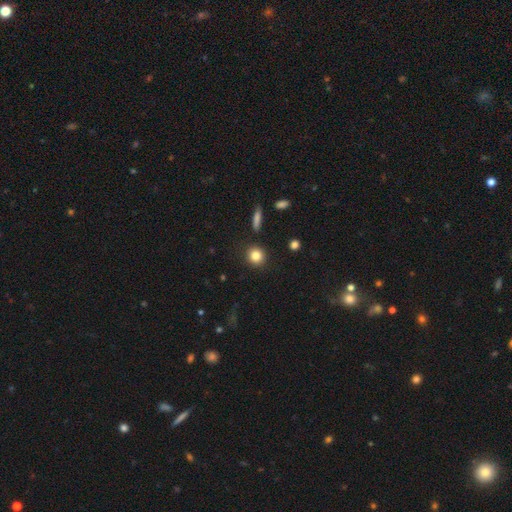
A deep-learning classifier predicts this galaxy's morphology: smooth_or_featured: smooth (p=0.83) [alt: star or artifact p=0.10]
how_rounded: round (p=0.88) [alt: in between p=0.10]
merging: none (p=0.89) [alt: minor disturbance p=0.06]